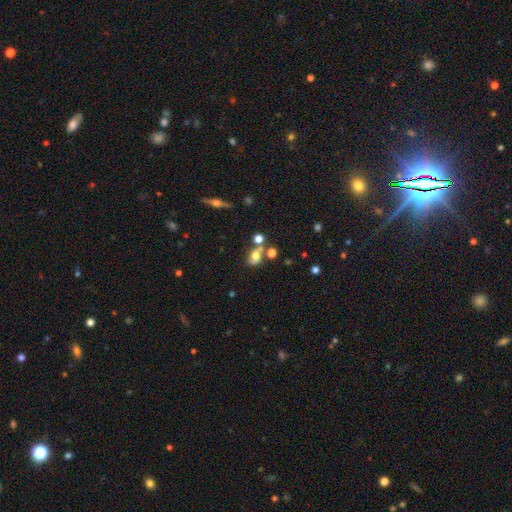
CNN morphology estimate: smooth 57%, featured or disk 28%, star or artifact 15%. Down the decision tree: how rounded — in between (61%); merging — none (43%).